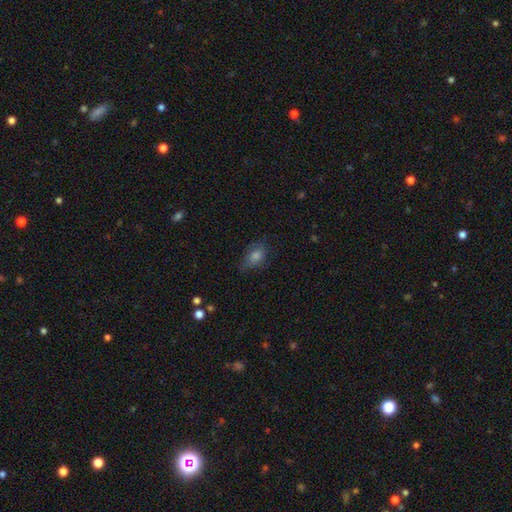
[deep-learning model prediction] Smooth or featured: smooth — 64% (star or artifact — 19%)
How rounded: in between — 71% (round — 26%)
Merging: none — 64% (minor disturbance — 25%)